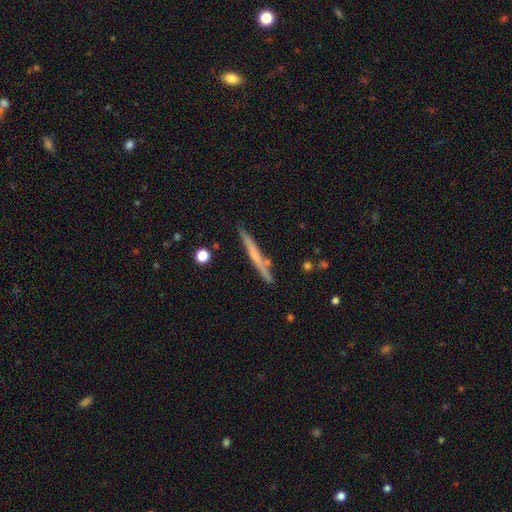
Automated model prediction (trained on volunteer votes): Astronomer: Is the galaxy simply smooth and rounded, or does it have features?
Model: featured or disk — 50% (runner-up: smooth, 43%).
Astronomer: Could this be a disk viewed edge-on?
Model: yes — 95%.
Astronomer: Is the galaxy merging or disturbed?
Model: none — 82%.